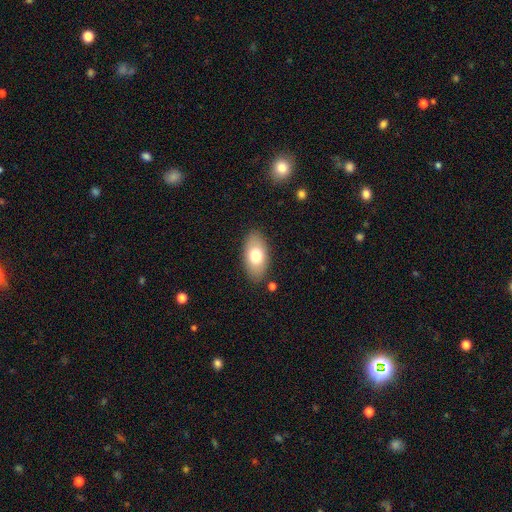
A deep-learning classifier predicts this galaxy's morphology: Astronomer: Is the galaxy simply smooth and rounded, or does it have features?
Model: smooth — 72%.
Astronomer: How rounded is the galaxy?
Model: in between — 93%.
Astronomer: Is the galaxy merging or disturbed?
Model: none — 85%.